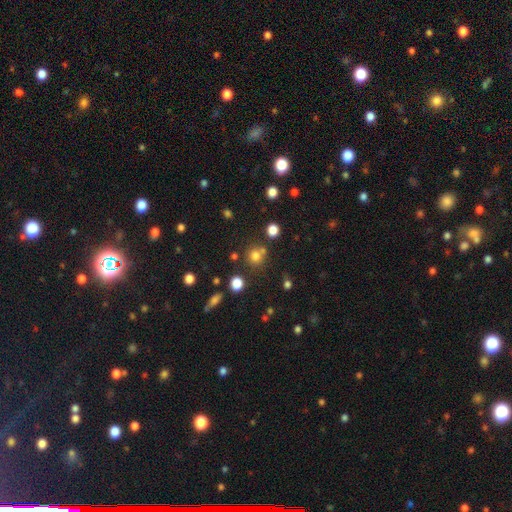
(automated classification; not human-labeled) Smooth or featured? Predicted: smooth (p=0.74). How rounded? Predicted: round (p=0.90). Merging? Predicted: none (p=0.69).